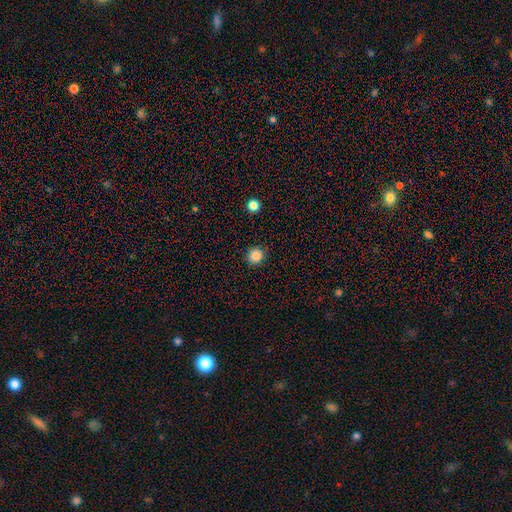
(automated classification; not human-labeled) Q: Smooth or featured?
A: smooth (85%); runner-up: star or artifact (11%)
Q: How rounded?
A: round (94%); runner-up: in between (5%)
Q: Merging?
A: none (91%); runner-up: minor disturbance (6%)